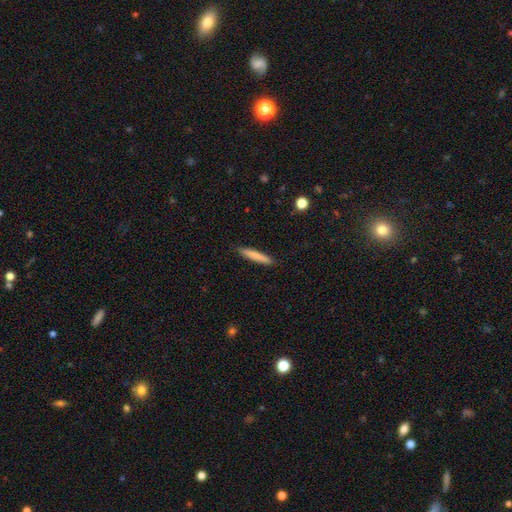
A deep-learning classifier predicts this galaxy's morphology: smooth_or_featured: smooth (p=0.80) [alt: featured or disk p=0.14]
how_rounded: cigar-shaped (p=0.93) [alt: in between p=0.06]
merging: none (p=0.90) [alt: minor disturbance p=0.08]